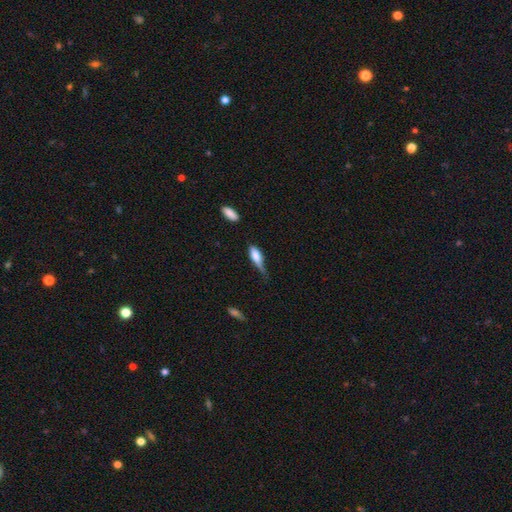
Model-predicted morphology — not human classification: smooth 66%, featured or disk 27%, star or artifact 7%. Down the decision tree: how rounded — in between (60%); merging — minor disturbance (44%).